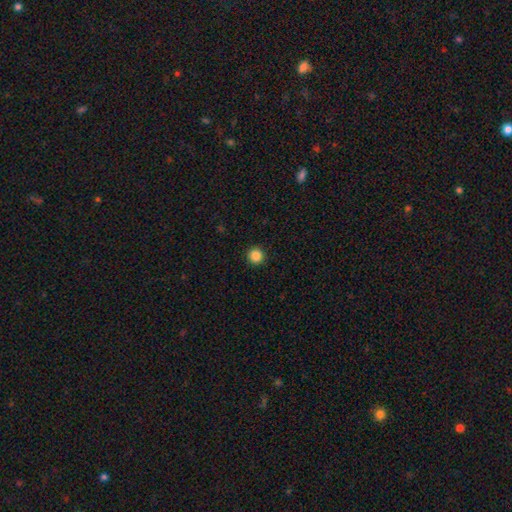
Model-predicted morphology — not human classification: smooth-or-featured: smooth: 87% | star or artifact: 10% | featured or disk: 3%
  how-rounded: round: 96% | in between: 3% | cigar-shaped: 1%
  merging: none: 93% | minor disturbance: 4% | major disturbance: 2% | merger: 1%